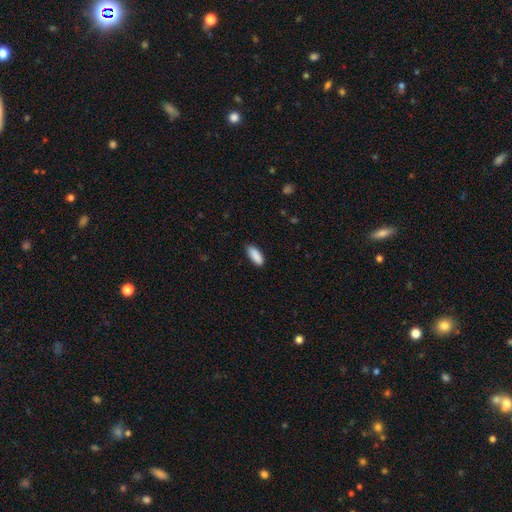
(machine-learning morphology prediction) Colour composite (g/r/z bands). It shows a smooth galaxy with no disk features (90%) that is in between round and cigar-shaped (80%). Merging: none (83%).